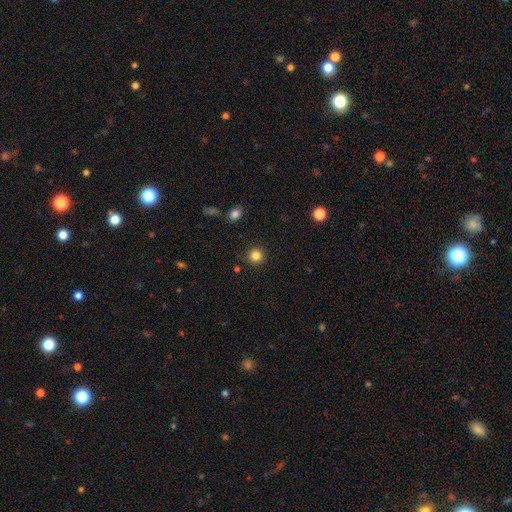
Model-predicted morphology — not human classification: Overall: smooth (83%). How rounded: round (94%). Merging: none (89%).